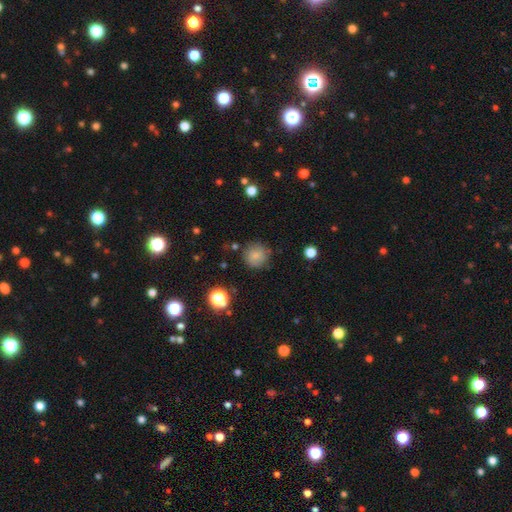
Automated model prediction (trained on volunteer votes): Smooth or featured?
  - smooth: 80% *
  - star or artifact: 13%
  - featured or disk: 7%
How rounded?
  - round: 92% *
  - in between: 7%
  - cigar-shaped: 1%
Merging?
  - none: 81% *
  - minor disturbance: 12%
  - major disturbance: 4%
  - merger: 2%